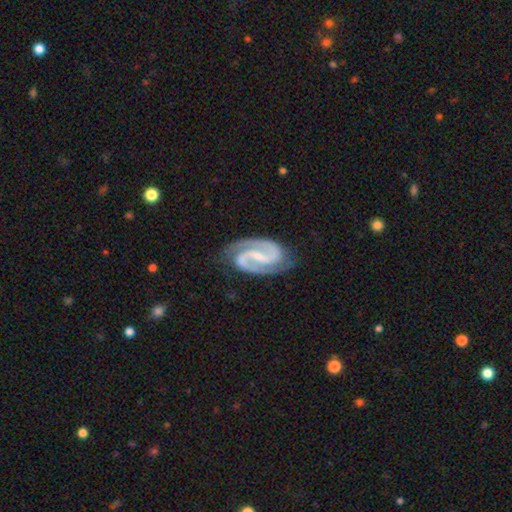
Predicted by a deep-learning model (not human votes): This appears to be a featured or disk galaxy (93%) with a strong bar (47%), 2 (95%) medium (53%) spiral arms (99%) and a small central bulge (57%). Merging: none (82%).